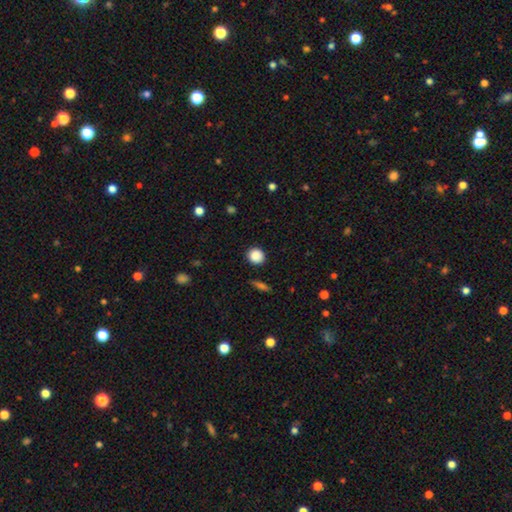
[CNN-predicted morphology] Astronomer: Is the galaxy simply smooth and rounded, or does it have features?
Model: smooth — 88%.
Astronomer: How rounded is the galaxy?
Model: round — 90%.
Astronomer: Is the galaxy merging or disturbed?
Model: none — 89%.